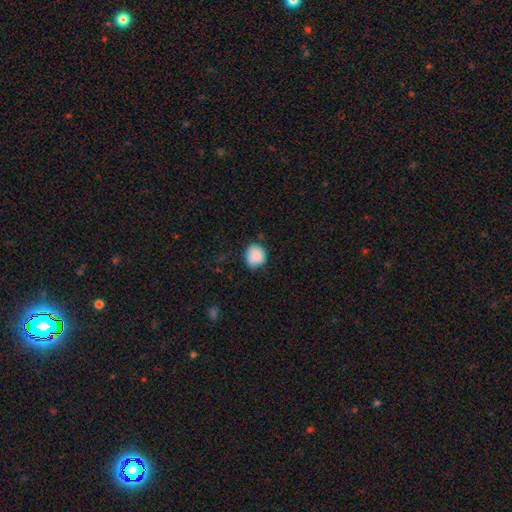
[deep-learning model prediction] smooth-or-featured: smooth: 85% | star or artifact: 8% | featured or disk: 6%
  how-rounded: round: 73% | in between: 26% | cigar-shaped: 1%
  merging: none: 70% | minor disturbance: 23% | major disturbance: 4% | merger: 2%